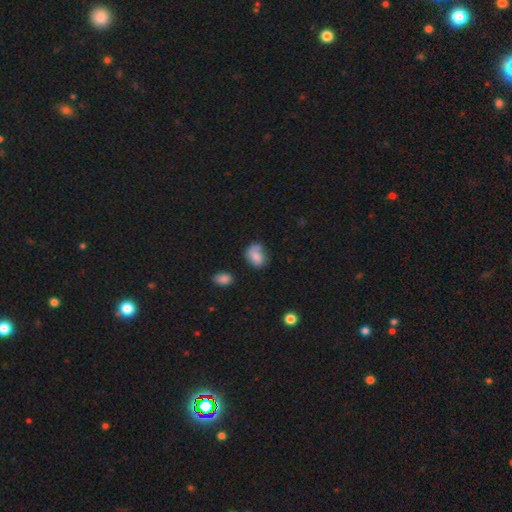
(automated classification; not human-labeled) This is likely a smooth galaxy (75%). How rounded: likely in between (71%). Merging: possibly none (53%).